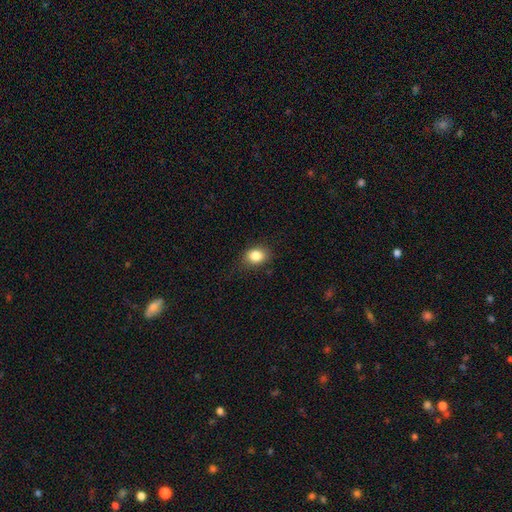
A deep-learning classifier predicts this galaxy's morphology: smooth 84%, star or artifact 10%, featured or disk 6%. Down the decision tree: how rounded — in between (58%); merging — none (78%).